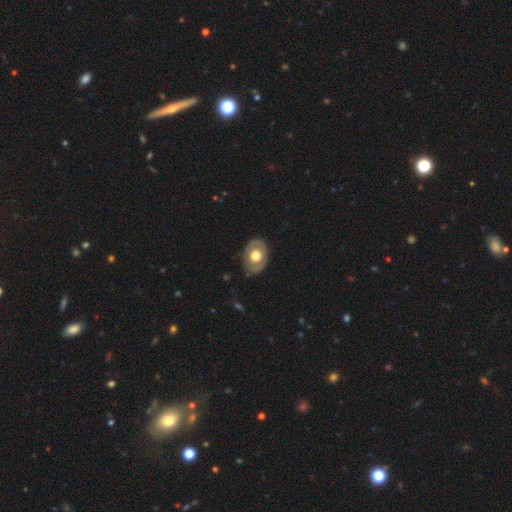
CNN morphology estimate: A featured or disk galaxy (48%).

Vote fractions:
- Smooth or featured? featured or disk: 48% / smooth: 47% / star or artifact: 5%
- Merging? none: 78% / minor disturbance: 16% / major disturbance: 5% / merger: 1%